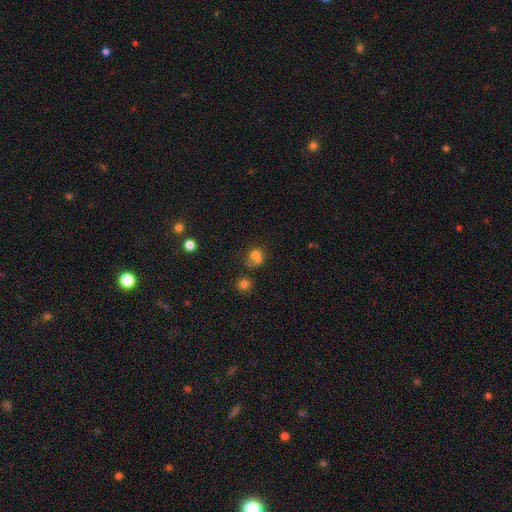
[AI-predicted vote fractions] Smooth or featured? smooth (71%)
How rounded? round (61%)
Merging? none (37%)